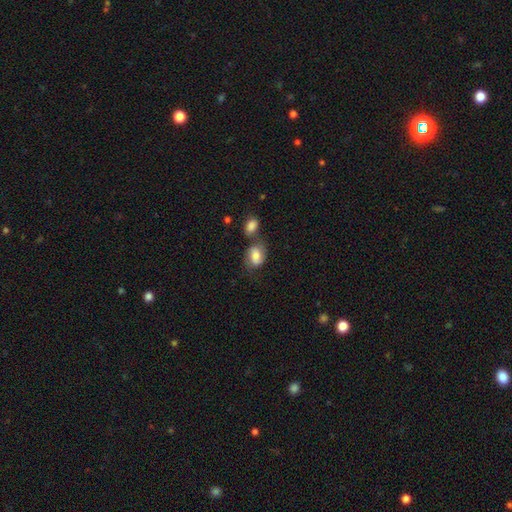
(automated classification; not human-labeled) Smooth or featured?
  - smooth: 64% *
  - featured or disk: 28%
  - star or artifact: 8%
How rounded?
  - in between: 72% *
  - round: 26%
  - cigar-shaped: 2%
Merging?
  - none: 45% *
  - merger: 31%
  - minor disturbance: 17%
  - major disturbance: 8%